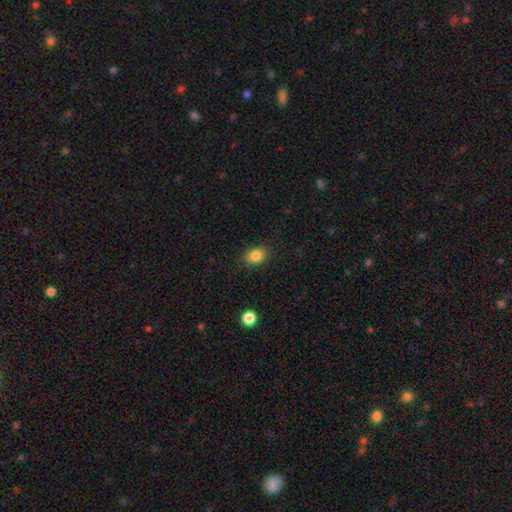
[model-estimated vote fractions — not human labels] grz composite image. It shows a smooth galaxy with no disk features (85%) that is in between round and cigar-shaped (57%). Merging: none (85%).